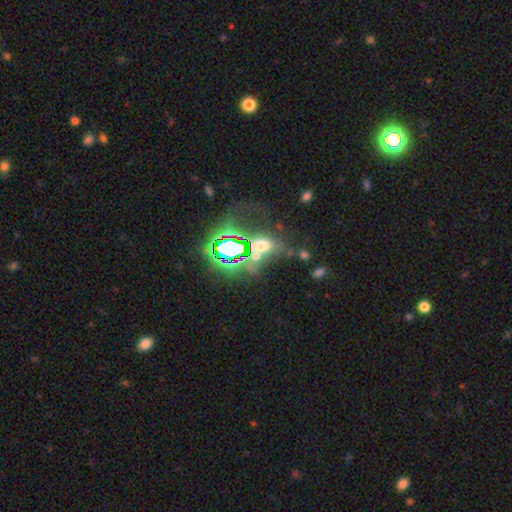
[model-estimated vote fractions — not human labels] star or artifact 46%, smooth 39%, featured or disk 14%.